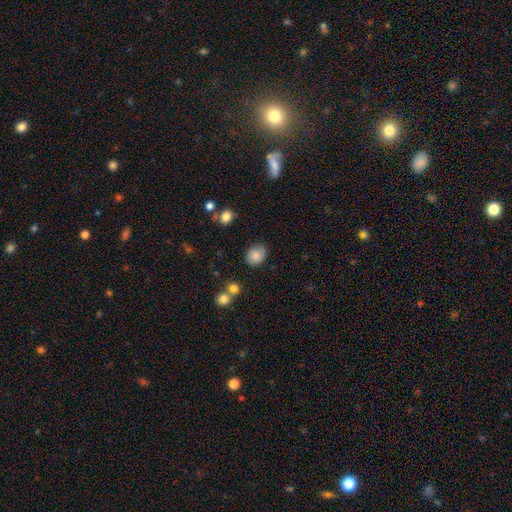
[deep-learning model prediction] Smooth or featured: smooth — 82% (featured or disk — 9%)
How rounded: round — 54% (in between — 45%)
Merging: none — 77% (minor disturbance — 17%)